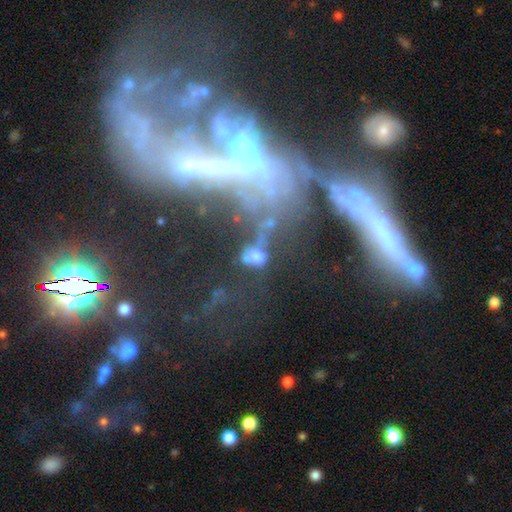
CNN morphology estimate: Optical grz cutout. It shows a smooth galaxy with no disk features (44%). Merging: none (30%).